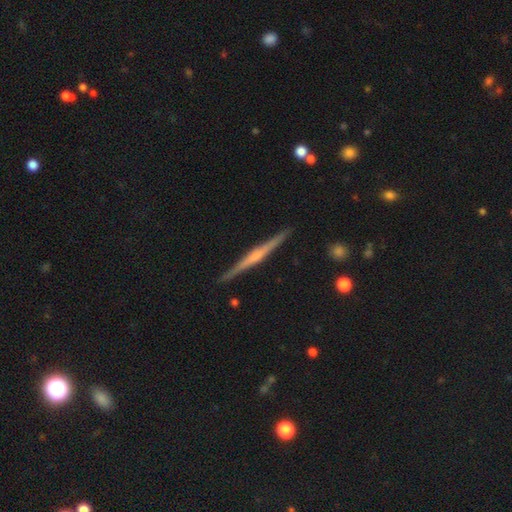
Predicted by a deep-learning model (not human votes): smooth_or_featured: featured or disk (p=0.80) [alt: smooth p=0.13]
disk_edge_on: yes (p=0.98) [alt: no p=0.02]
edge_on_bulge: rounded (p=0.73) [alt: none p=0.17]
merging: none (p=0.91) [alt: minor disturbance p=0.06]